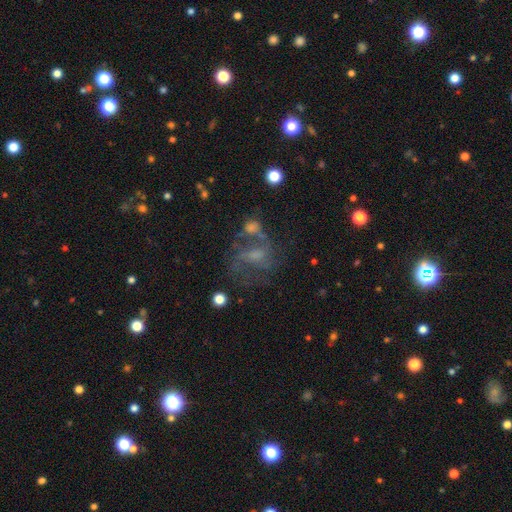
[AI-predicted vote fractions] Overall: featured or disk (62%). Edge-on disk: no (97%). Bar: no (44%; weak 43%). Spiral arms: yes (71%). Bulge size: small (35%; none 31%). Merging: none (40%; major disturbance 26%).